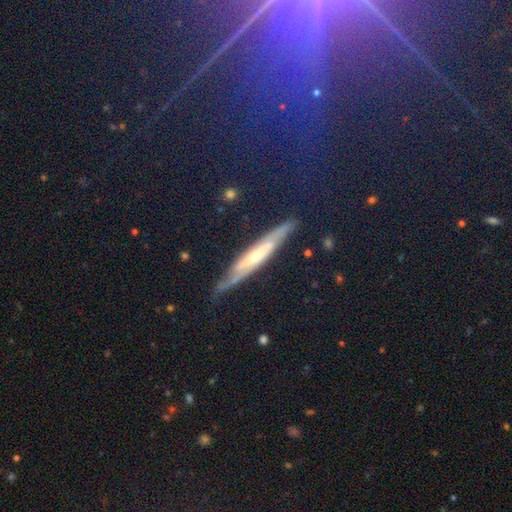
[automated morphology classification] smooth-or-featured: featured or disk: 67% | smooth: 19% | star or artifact: 14%
  disk-edge-on: yes: 68% | no: 32%
  merging: none: 73% | minor disturbance: 19% | major disturbance: 5% | merger: 2%